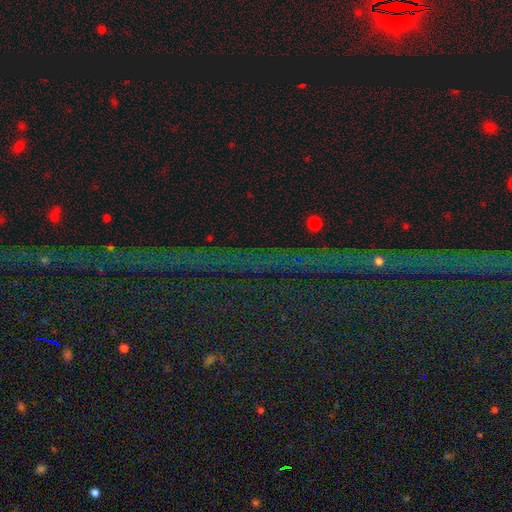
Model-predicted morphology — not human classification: type=star or artifact (88%).